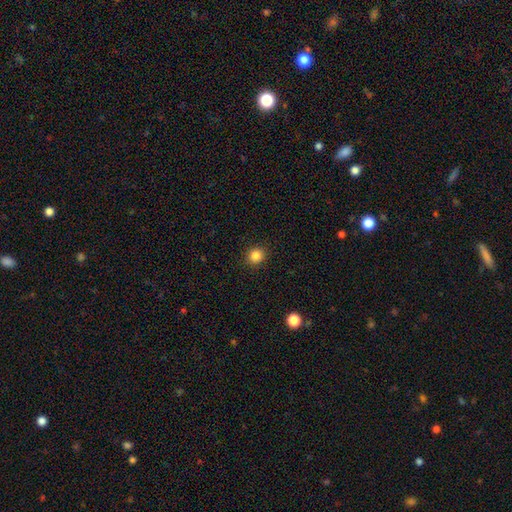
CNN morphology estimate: Smooth or featured? Predicted: smooth (p=0.85). How rounded? Predicted: round (p=0.87). Merging? Predicted: none (p=0.91).